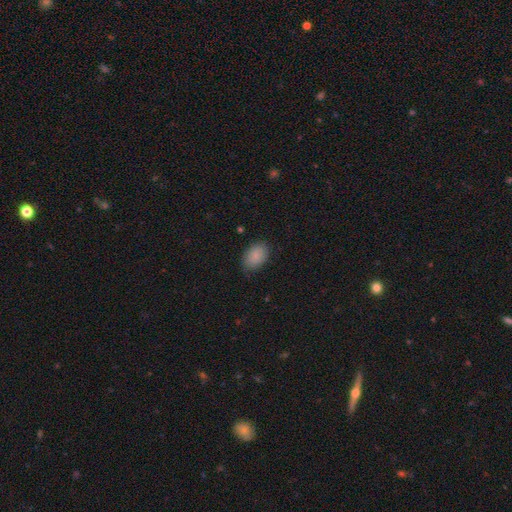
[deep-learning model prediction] Smooth or featured: smooth — 86% (star or artifact — 7%)
How rounded: in between — 85% (round — 13%)
Merging: none — 82% (minor disturbance — 14%)